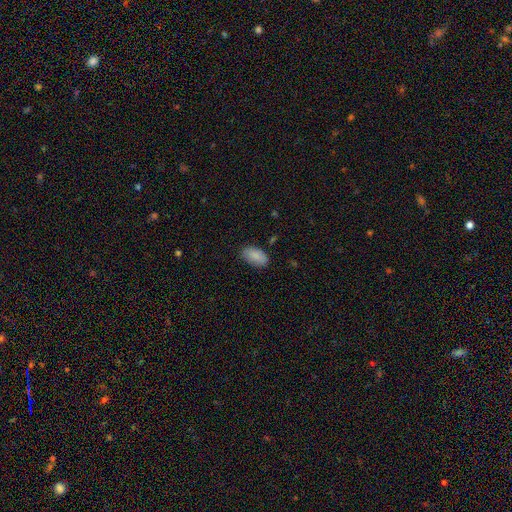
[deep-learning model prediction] Smooth or featured?
  - smooth: 87% *
  - star or artifact: 7%
  - featured or disk: 6%
How rounded?
  - in between: 94% *
  - round: 4%
  - cigar-shaped: 2%
Merging?
  - none: 82% *
  - minor disturbance: 14%
  - major disturbance: 3%
  - merger: 1%